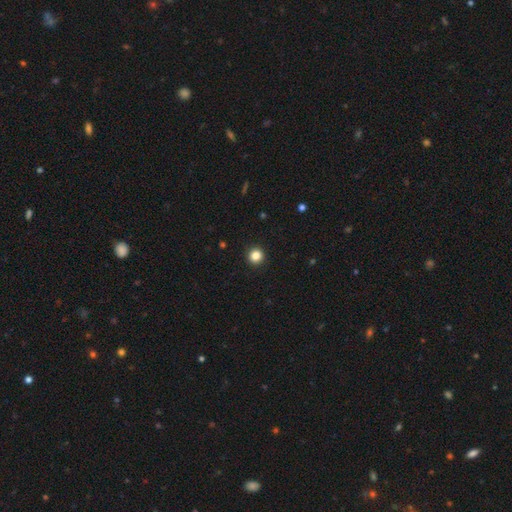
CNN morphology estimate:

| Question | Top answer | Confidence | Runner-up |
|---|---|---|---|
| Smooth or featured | smooth | 85% | star or artifact (12%) |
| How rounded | round | 95% | in between (5%) |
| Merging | none | 94% | minor disturbance (4%) |